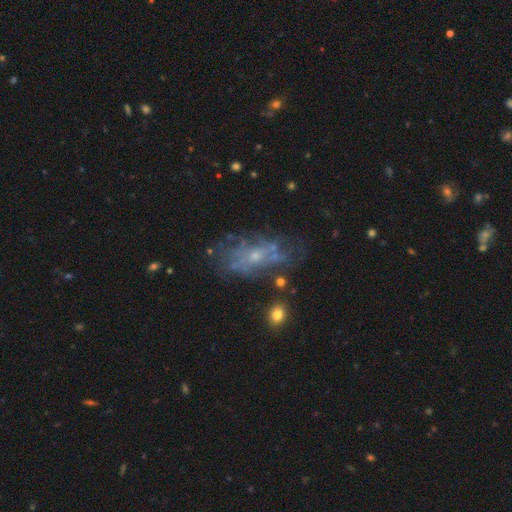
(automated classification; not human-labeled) This appears to be a featured or disk galaxy (61%) with no bar (83%), no spiral arms (63%) and a small central bulge (60%). Merging: none (57%).